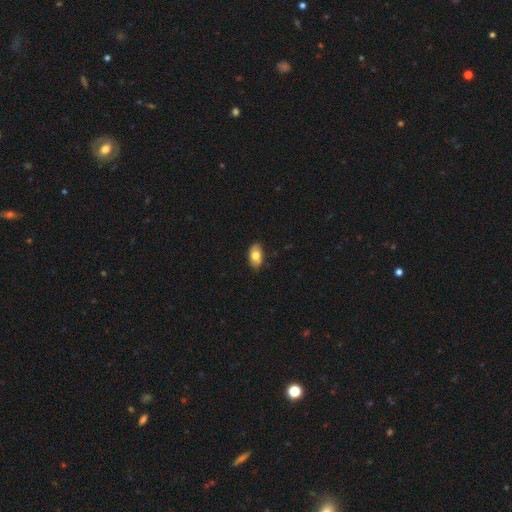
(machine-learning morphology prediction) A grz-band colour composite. It shows a smooth galaxy with no disk features (78%) that is in between round and cigar-shaped (92%). Merging: none (85%).